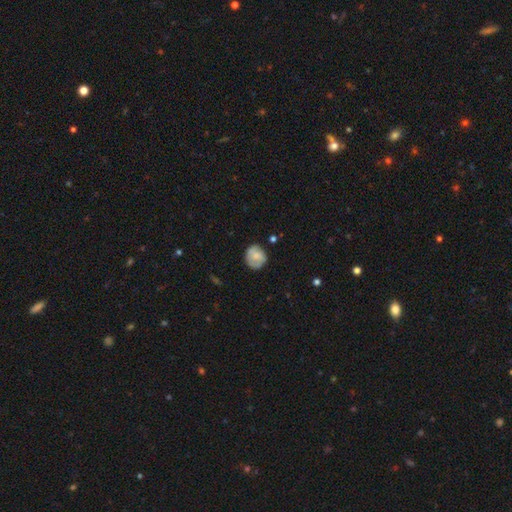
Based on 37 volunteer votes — Overall: smooth (81%). How rounded: round (60%; in between 40%). Merging: none (64%; minor disturbance 28%).